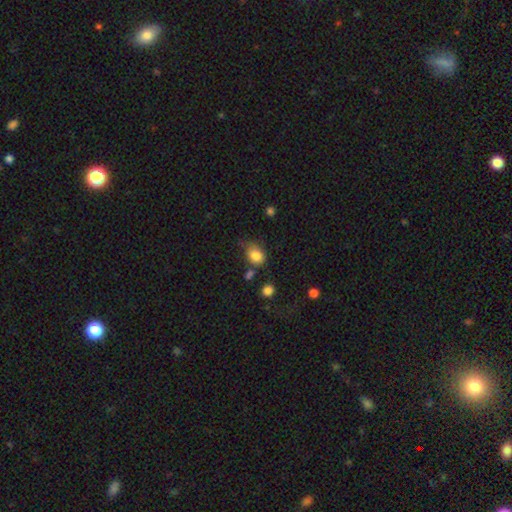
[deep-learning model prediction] Q: Smooth or featured?
A: smooth (84%); runner-up: star or artifact (10%)
Q: How rounded?
A: in between (61%); runner-up: round (38%)
Q: Merging?
A: none (57%); runner-up: minor disturbance (27%)